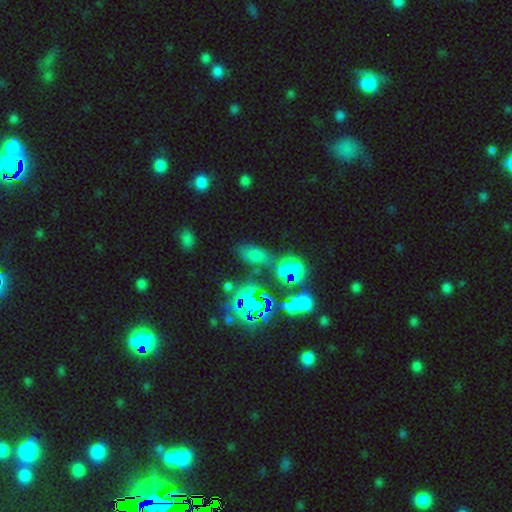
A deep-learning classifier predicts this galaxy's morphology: This appears to be a smooth galaxy with no disk features (48%). Merging: none (66%).